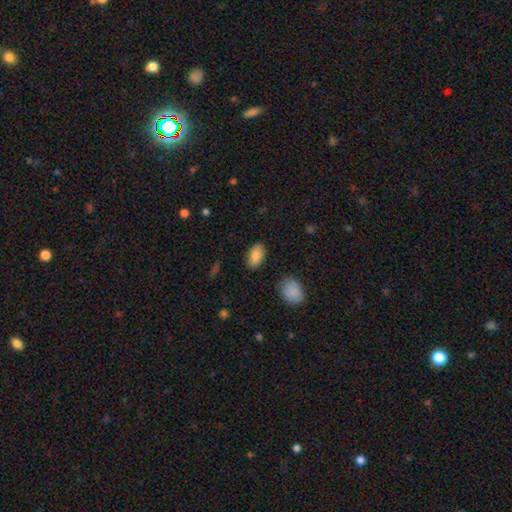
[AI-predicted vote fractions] Smooth or featured: smooth — 86% (featured or disk — 7%)
How rounded: in between — 94% (round — 4%)
Merging: none — 86% (minor disturbance — 10%)